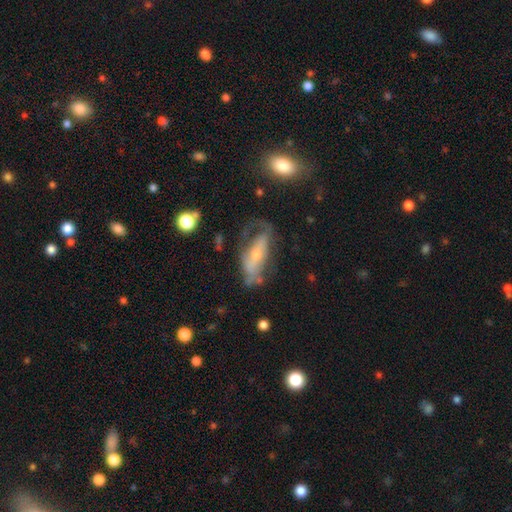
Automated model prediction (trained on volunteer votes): Smooth or featured? Predicted: featured or disk (p=0.60). Edge-on disk? Predicted: no (p=0.80). Merging? Predicted: major disturbance (p=0.37).